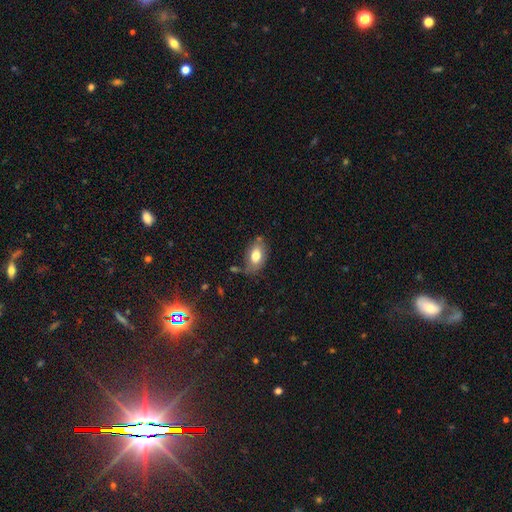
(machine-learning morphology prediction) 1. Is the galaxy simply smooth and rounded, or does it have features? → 75% smooth, 17% featured or disk, 8% star or artifact.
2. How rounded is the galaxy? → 88% in between, 10% round, 2% cigar-shaped.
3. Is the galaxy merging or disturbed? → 63% none, 24% minor disturbance, 7% merger, 7% major disturbance.